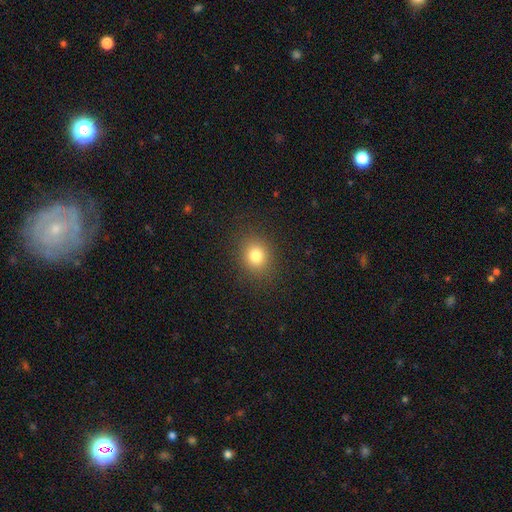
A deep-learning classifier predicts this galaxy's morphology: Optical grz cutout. It shows a smooth galaxy with no disk features (81%) that is round (71%). Merging: none (88%).